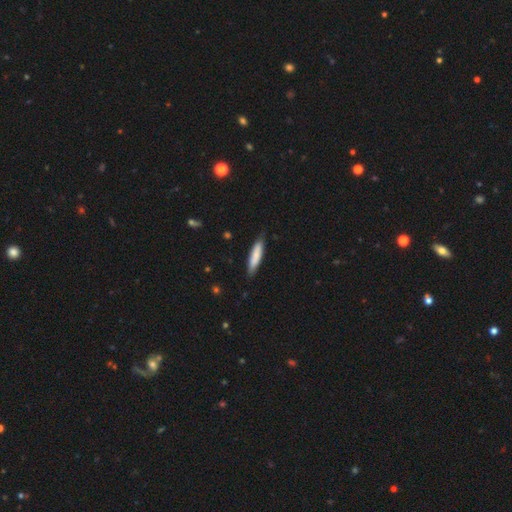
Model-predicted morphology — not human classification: Smooth or featured?
  - smooth: 79% *
  - featured or disk: 16%
  - star or artifact: 5%
How rounded?
  - cigar-shaped: 81% *
  - in between: 18%
  - round: 1%
Merging?
  - none: 81% *
  - minor disturbance: 15%
  - major disturbance: 2%
  - merger: 1%